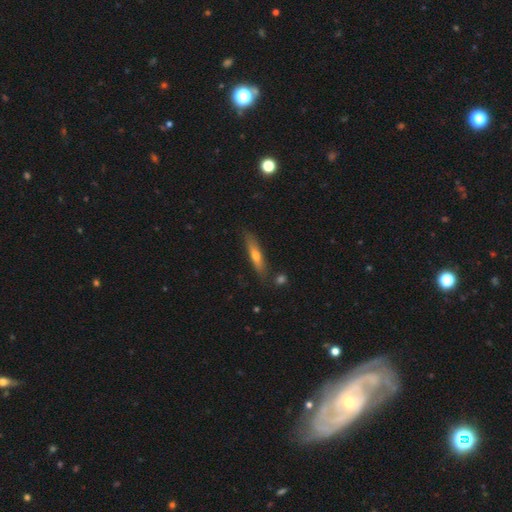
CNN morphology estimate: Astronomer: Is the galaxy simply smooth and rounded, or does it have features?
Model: smooth — 49% (runner-up: featured or disk, 44%).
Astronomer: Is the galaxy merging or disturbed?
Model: none — 82%.